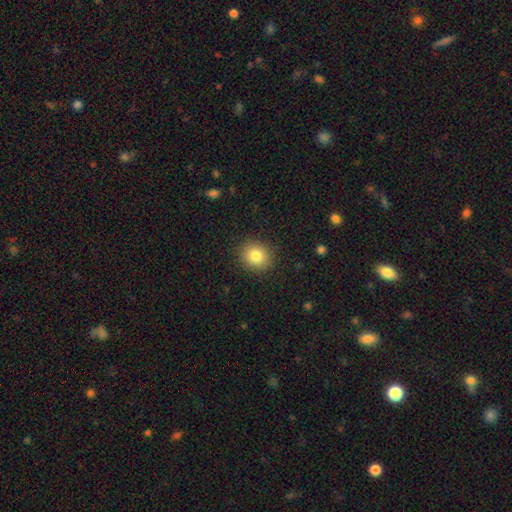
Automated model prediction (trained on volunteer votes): smooth 83%, star or artifact 10%, featured or disk 7%. Down the decision tree: how rounded — round (76%); merging — none (90%).